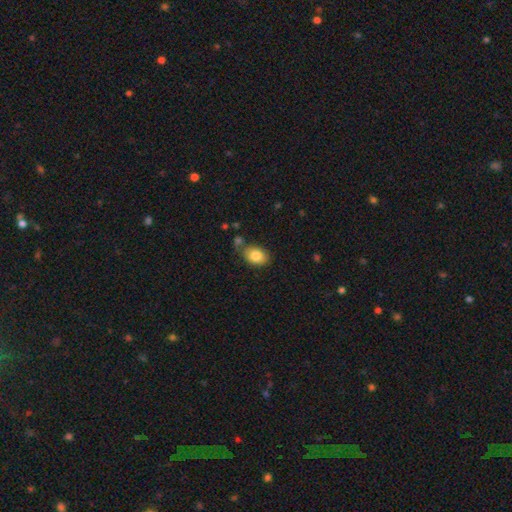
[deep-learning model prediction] smooth-or-featured: smooth: 83% | featured or disk: 9% | star or artifact: 8%
  how-rounded: in between: 77% | round: 22% | cigar-shaped: 1%
  merging: none: 64% | minor disturbance: 19% | merger: 11% | major disturbance: 5%